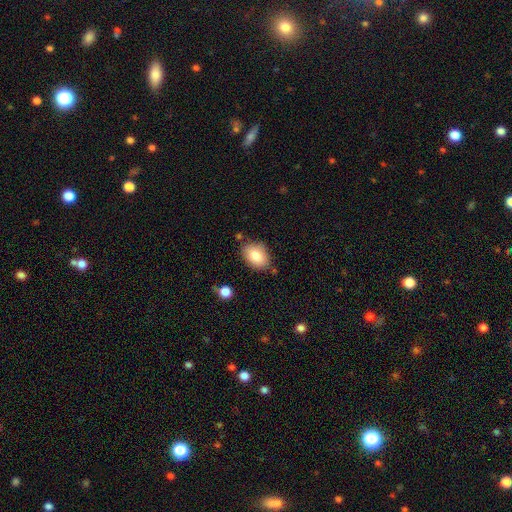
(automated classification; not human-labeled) This is clearly a smooth galaxy (84%). How rounded: clearly in between (82%). Merging: likely none (77%).